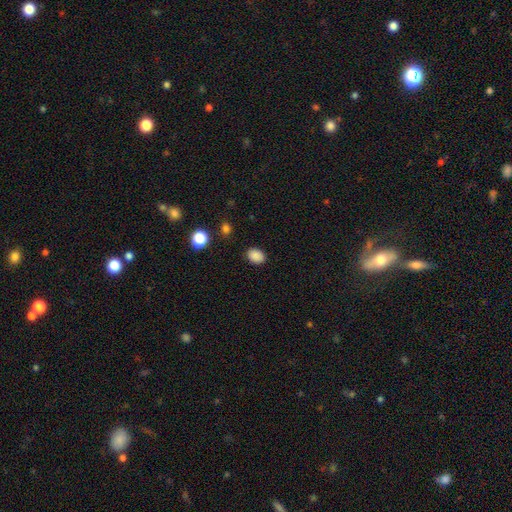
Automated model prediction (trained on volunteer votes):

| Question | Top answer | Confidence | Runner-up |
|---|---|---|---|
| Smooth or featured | smooth | 87% | star or artifact (10%) |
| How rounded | in between | 68% | round (31%) |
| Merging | none | 87% | minor disturbance (9%) |